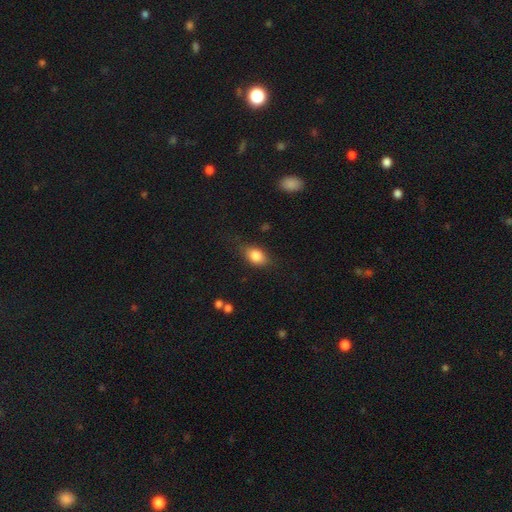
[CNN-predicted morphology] This appears to be a smooth galaxy with no disk features (82%) that is in between round and cigar-shaped (82%). Merging: none (73%).